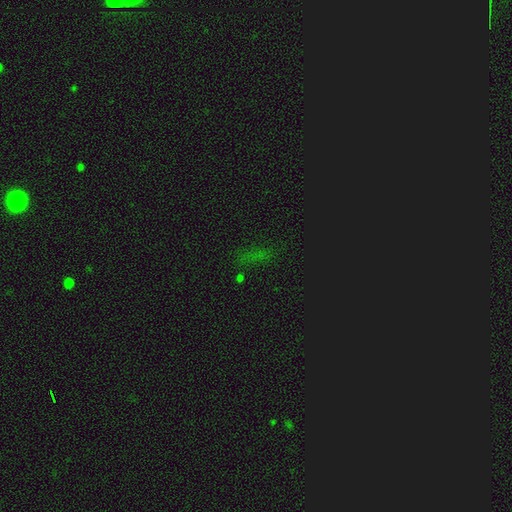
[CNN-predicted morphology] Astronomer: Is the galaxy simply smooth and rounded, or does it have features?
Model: star or artifact — 65%.